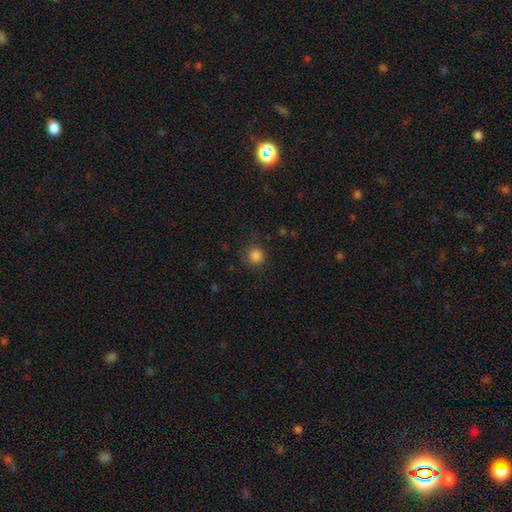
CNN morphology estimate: Smooth or featured: smooth — 84% (star or artifact — 12%)
How rounded: round — 91% (in between — 8%)
Merging: none — 80% (minor disturbance — 14%)